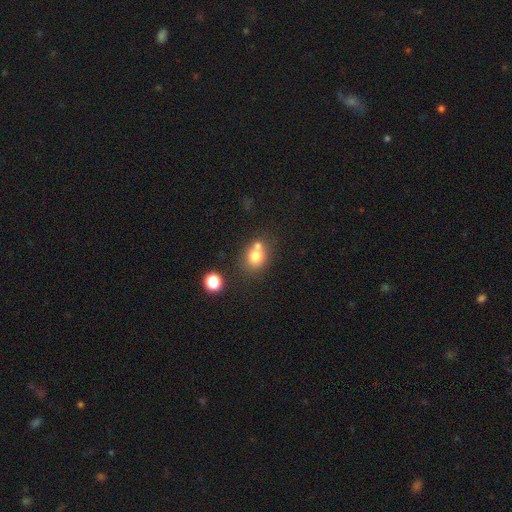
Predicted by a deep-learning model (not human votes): This appears to be a smooth galaxy with no disk features (75%) that is round (67%). Merging: none (46%).